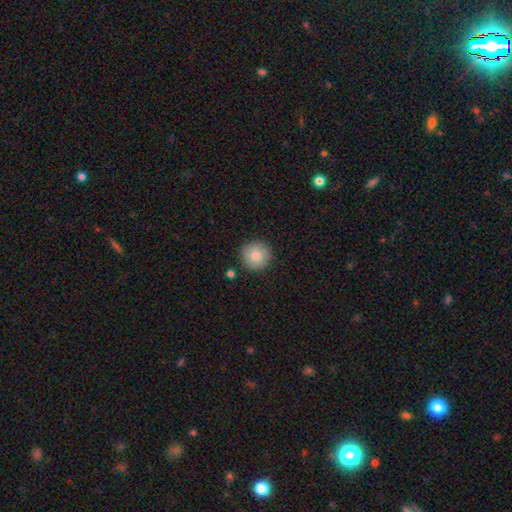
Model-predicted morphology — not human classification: Overall: smooth (83%). How rounded: round (96%). Merging: none (89%).